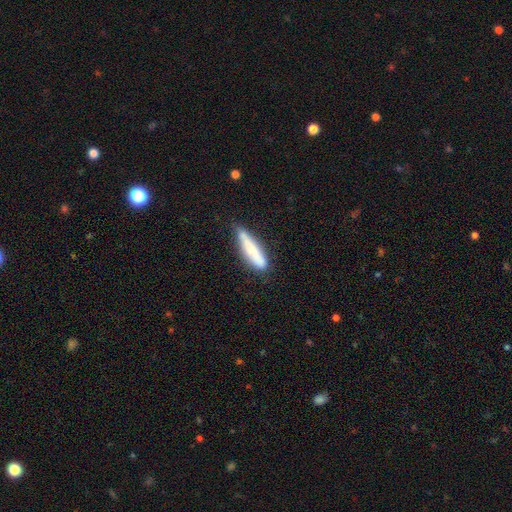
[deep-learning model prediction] This appears to be a smooth galaxy with no disk features (72%) that is cigar-shaped (79%). Merging: none (64%).